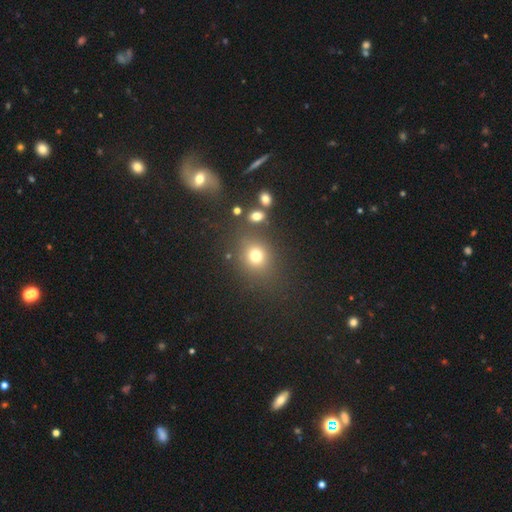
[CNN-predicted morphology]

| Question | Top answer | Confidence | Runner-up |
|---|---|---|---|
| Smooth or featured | smooth | 74% | star or artifact (18%) |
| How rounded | round | 73% | in between (26%) |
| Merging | none | 76% | minor disturbance (11%) |